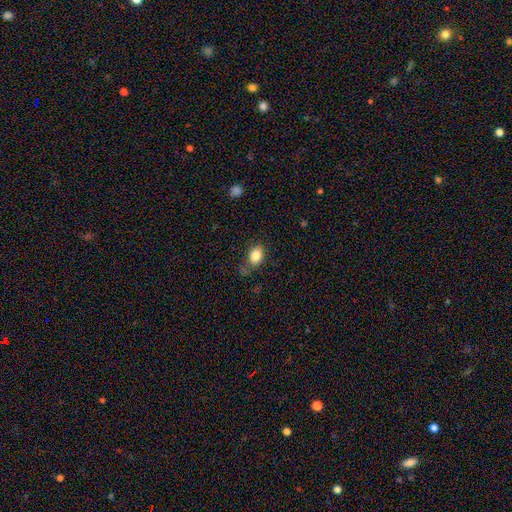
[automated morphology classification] Smooth or featured?
  - smooth: 84% *
  - star or artifact: 9%
  - featured or disk: 7%
How rounded?
  - in between: 77% *
  - round: 21%
  - cigar-shaped: 1%
Merging?
  - none: 71% *
  - minor disturbance: 19%
  - major disturbance: 6%
  - merger: 5%